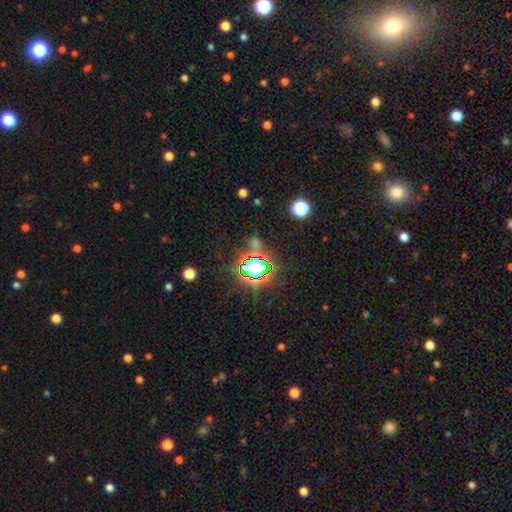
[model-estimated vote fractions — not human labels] Q: Smooth or featured?
A: star or artifact (81%); runner-up: smooth (12%)